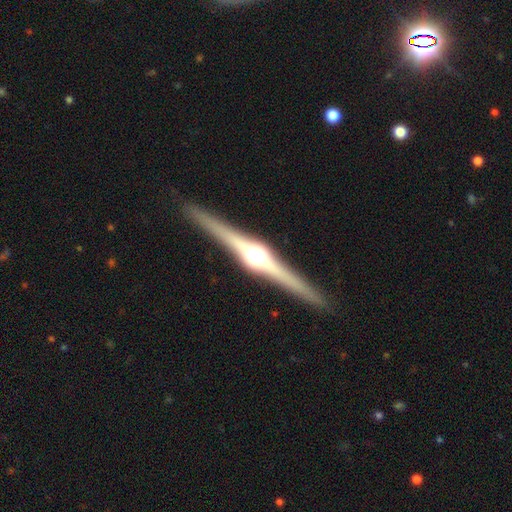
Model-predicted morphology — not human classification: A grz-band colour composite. It shows a featured or disk galaxy (83%) viewed edge-on (98%) with a rounded central bulge (94%). Merging: none (89%).